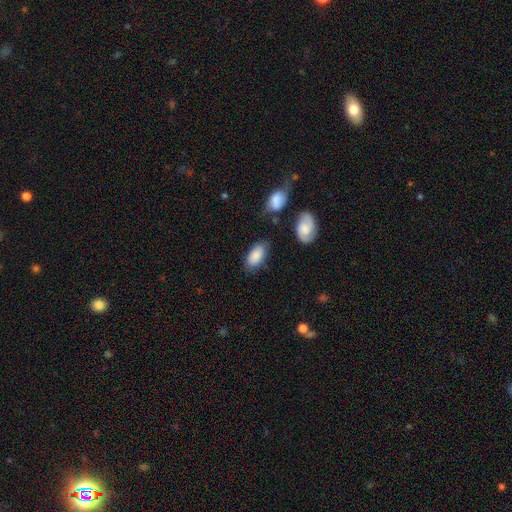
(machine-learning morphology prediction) A smooth galaxy with no disk features (85%) that is in between round and cigar-shaped (94%). Merging: none (73%).